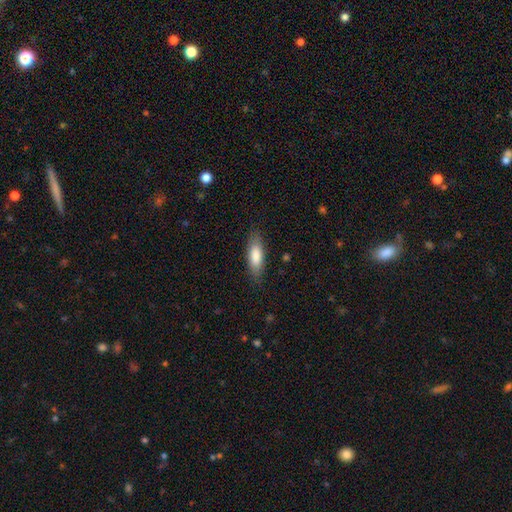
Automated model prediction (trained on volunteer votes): Q: Smooth or featured?
A: smooth (82%); runner-up: featured or disk (13%)
Q: How rounded?
A: in between (59%); runner-up: cigar-shaped (39%)
Q: Merging?
A: none (84%); runner-up: minor disturbance (12%)